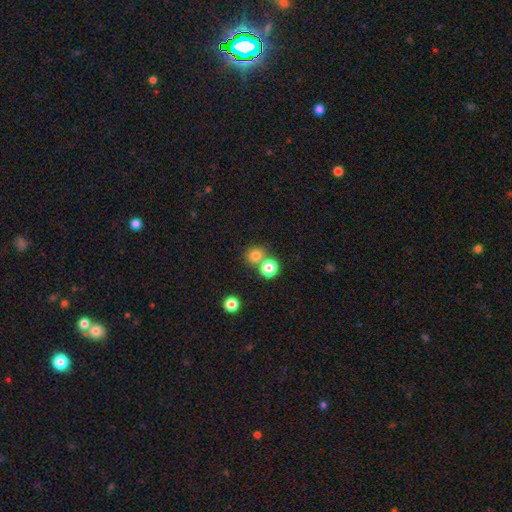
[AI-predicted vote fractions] smooth 78%, star or artifact 15%, featured or disk 7%. Down the decision tree: how rounded — round (84%); merging — none (59%).